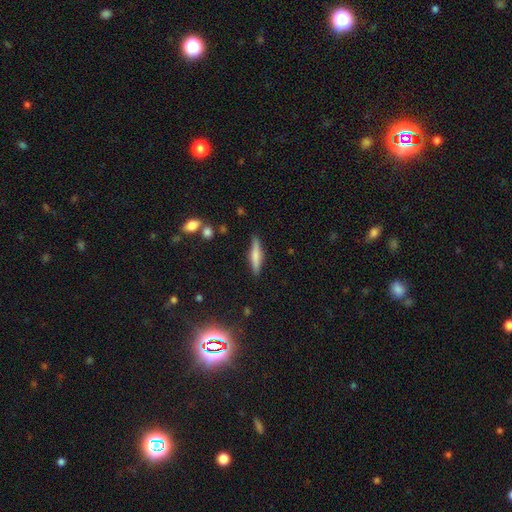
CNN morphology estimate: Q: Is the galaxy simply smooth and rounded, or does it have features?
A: smooth — 58%.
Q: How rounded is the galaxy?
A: cigar-shaped — 84%.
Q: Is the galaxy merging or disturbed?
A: none — 85%.